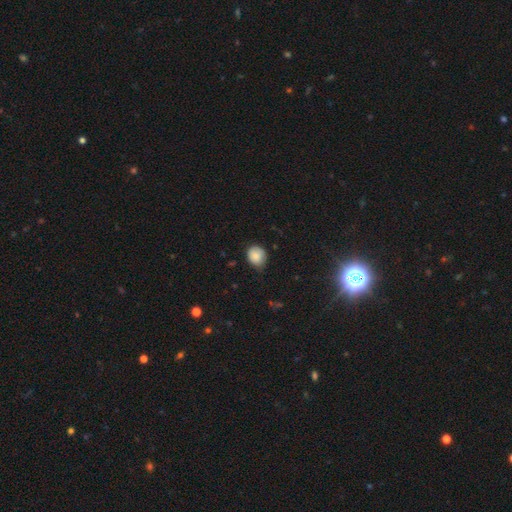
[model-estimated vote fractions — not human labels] A smooth galaxy with no disk features (83%) that is round (66%). Merging: none (62%).